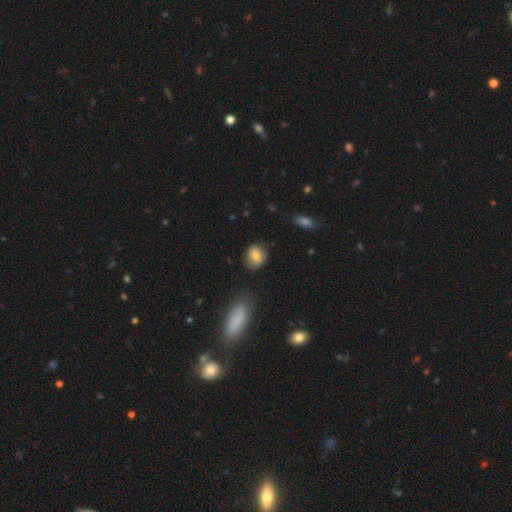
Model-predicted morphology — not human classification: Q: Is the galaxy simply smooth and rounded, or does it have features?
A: smooth — 78%.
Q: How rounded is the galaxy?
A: round — 57%.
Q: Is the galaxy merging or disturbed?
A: none — 80%.